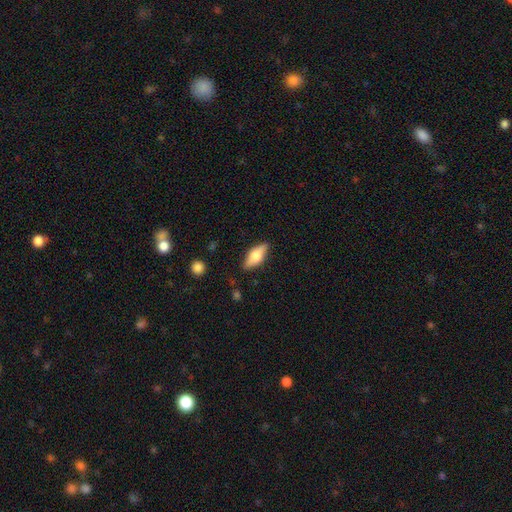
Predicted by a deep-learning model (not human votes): smooth_or_featured: smooth (p=0.60) [alt: featured or disk p=0.33]
how_rounded: in between (p=0.77) [alt: cigar-shaped p=0.20]
merging: none (p=0.83) [alt: minor disturbance p=0.12]